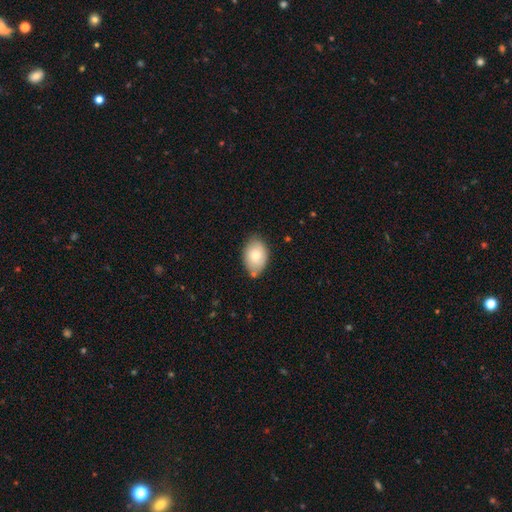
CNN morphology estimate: smooth-or-featured: smooth: 79% | featured or disk: 15% | star or artifact: 7%
  how-rounded: in between: 88% | round: 11% | cigar-shaped: 1%
  merging: none: 72% | minor disturbance: 20% | merger: 4% | major disturbance: 3%